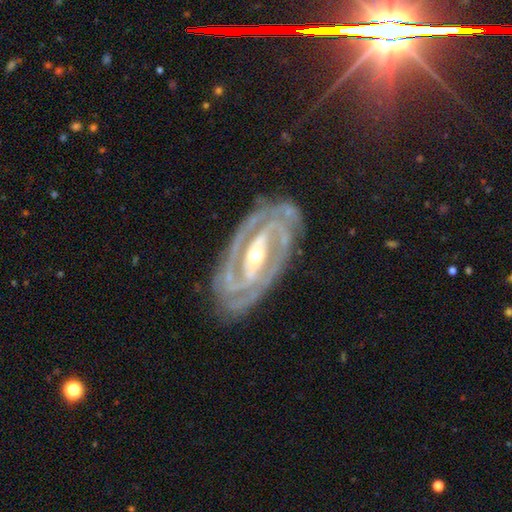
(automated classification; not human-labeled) This appears to be a featured or disk galaxy (93%) with a strong bar (57%), 2 (77%) tight (67%) spiral arms (98%) and a moderate central bulge (64%). Merging: none (80%).